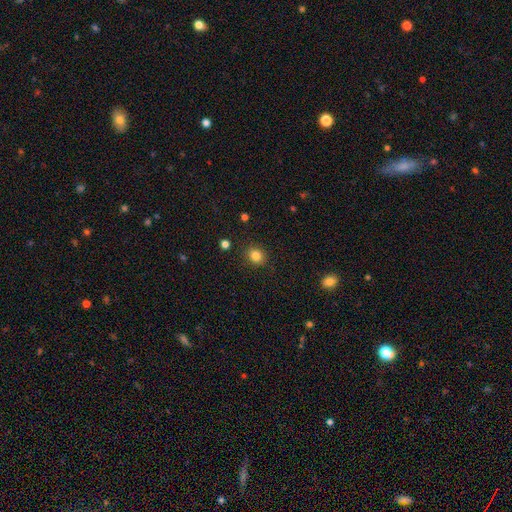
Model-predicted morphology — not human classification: This appears to be a smooth galaxy with no disk features (84%) that is round (70%). Merging: none (88%).